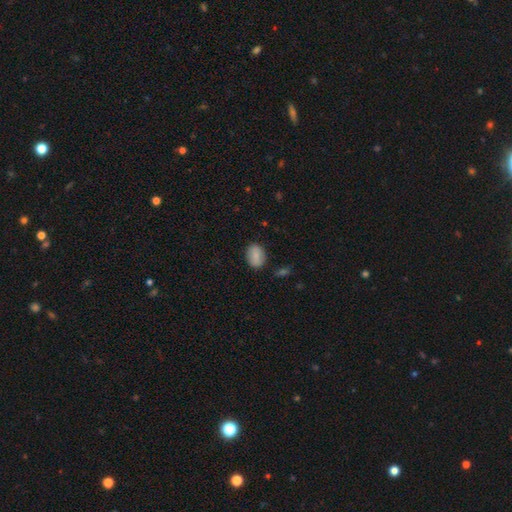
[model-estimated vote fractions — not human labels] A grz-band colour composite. It shows a smooth galaxy with no disk features (82%) that is in between round and cigar-shaped (72%). Merging: none (83%).